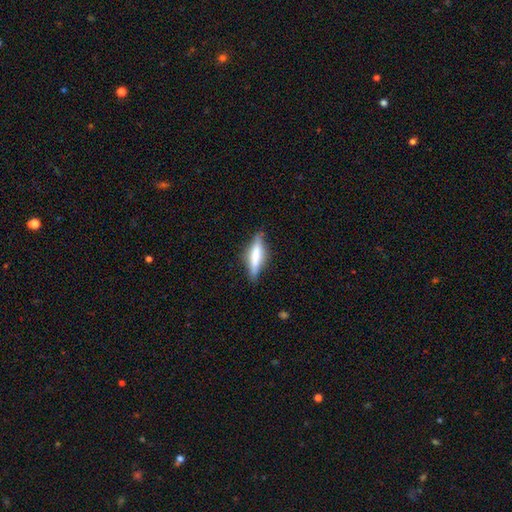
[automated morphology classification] Smooth or featured? Predicted: smooth (p=0.50). How rounded? Predicted: cigar-shaped (p=0.71). Merging? Predicted: none (p=0.80).